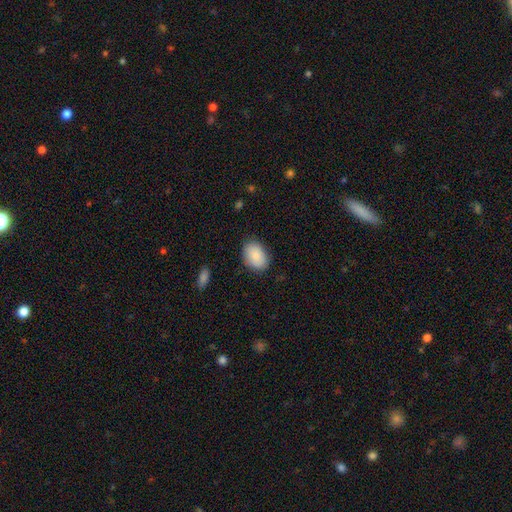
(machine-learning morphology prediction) type=smooth (87%); roundness=in between (83%); merging=none (84%).